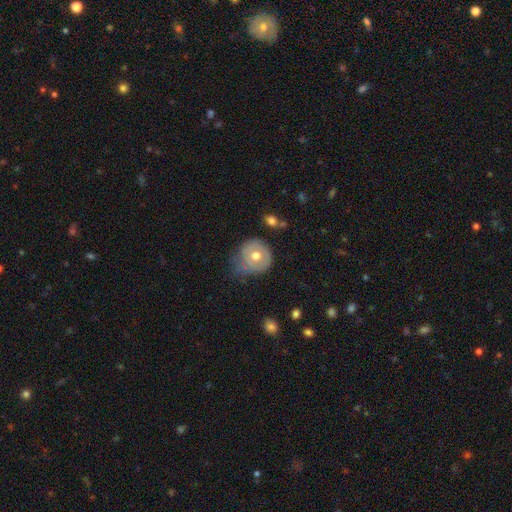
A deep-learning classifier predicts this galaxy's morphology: Smooth or featured? smooth (53%)
How rounded? round (85%)
Merging? none (47%)